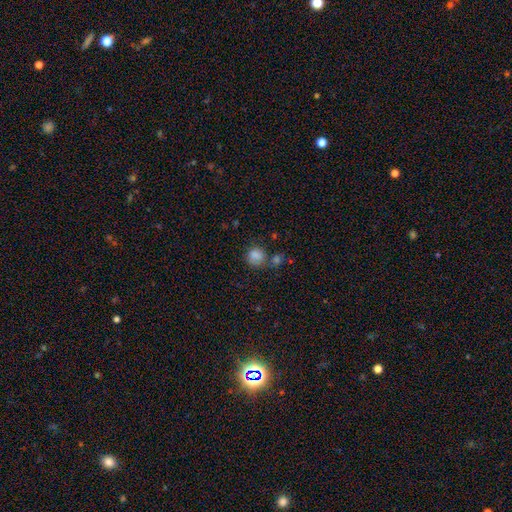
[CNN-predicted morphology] Smooth or featured? Predicted: smooth (p=0.83). How rounded? Predicted: round (p=0.80). Merging? Predicted: none (p=0.58).